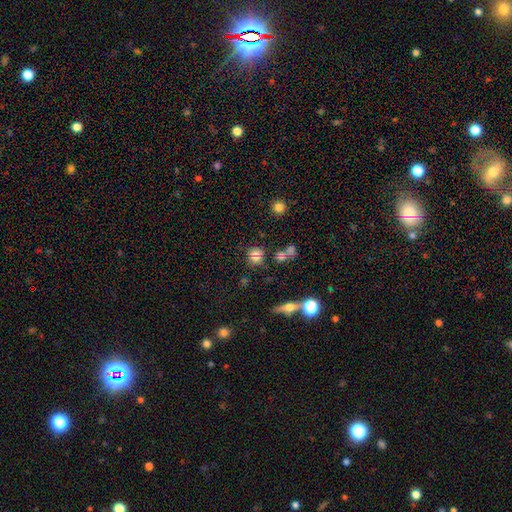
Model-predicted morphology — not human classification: This is likely a smooth galaxy (74%). How rounded: clearly round (81%). Merging: likely none (69%).